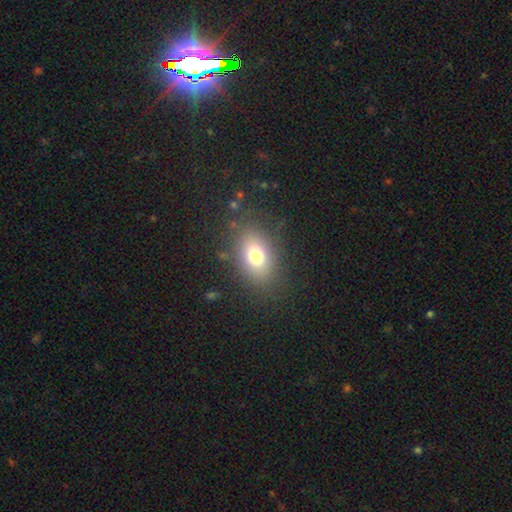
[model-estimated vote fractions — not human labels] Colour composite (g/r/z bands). It shows a smooth galaxy with no disk features (73%) that is in between round and cigar-shaped (77%). Merging: none (82%).